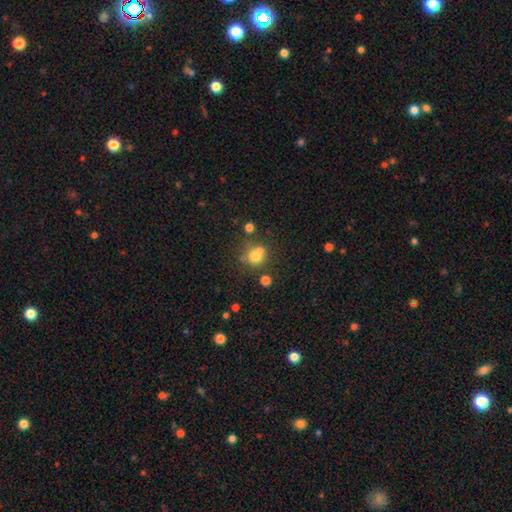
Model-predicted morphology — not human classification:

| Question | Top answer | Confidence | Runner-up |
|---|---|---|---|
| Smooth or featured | smooth | 72% | star or artifact (15%) |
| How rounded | round | 82% | in between (17%) |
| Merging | none | 53% | merger (27%) |